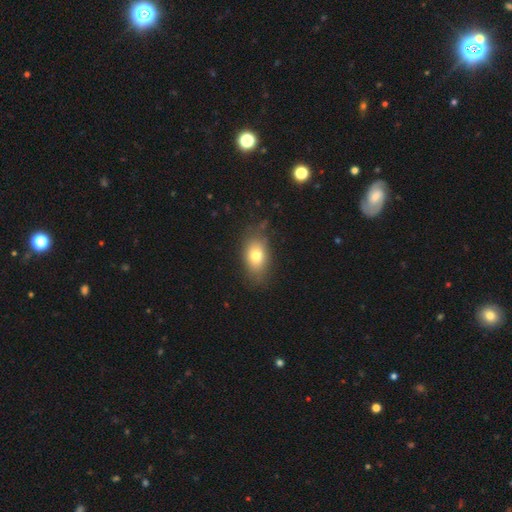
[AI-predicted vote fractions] Morphology: type=smooth (76%); roundness=in between (83%); merging=none (78%).